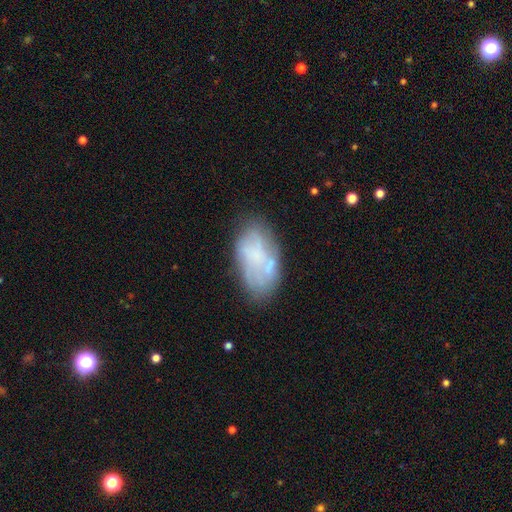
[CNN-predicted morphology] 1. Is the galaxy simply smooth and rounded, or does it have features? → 48% smooth, 43% featured or disk, 9% star or artifact.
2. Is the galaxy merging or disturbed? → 56% none, 24% minor disturbance, 12% major disturbance, 8% merger.